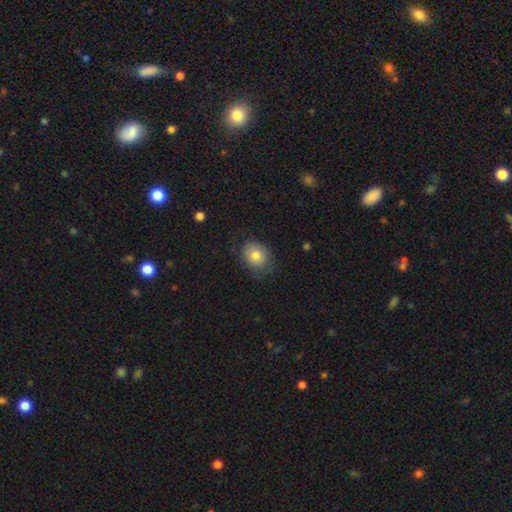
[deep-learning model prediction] smooth 77%, featured or disk 14%, star or artifact 8%. Down the decision tree: how rounded — round (54%); merging — none (74%).